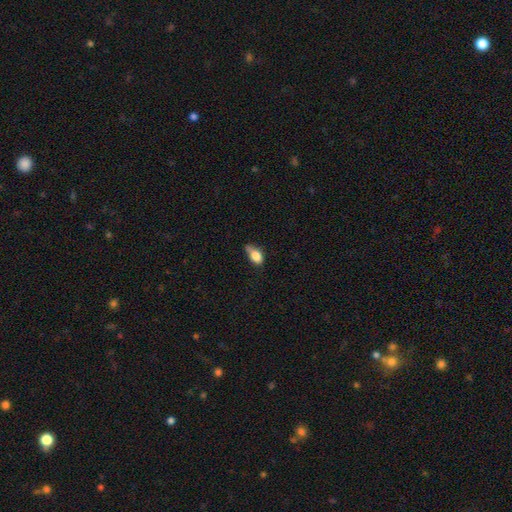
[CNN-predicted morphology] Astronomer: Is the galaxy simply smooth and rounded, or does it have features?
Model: smooth — 80%.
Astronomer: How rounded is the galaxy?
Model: in between — 83%.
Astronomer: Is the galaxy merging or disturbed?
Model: minor disturbance — 43% (runner-up: none, 33%).